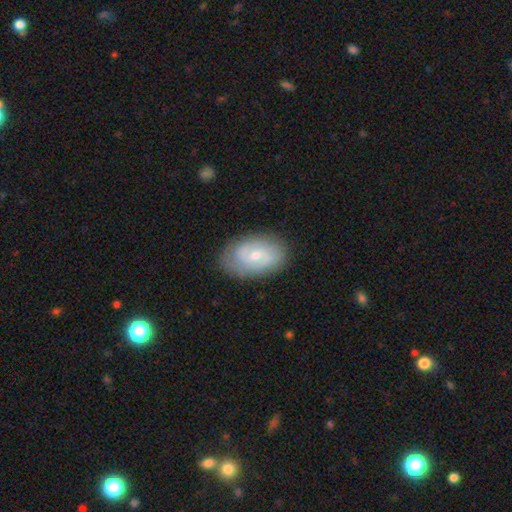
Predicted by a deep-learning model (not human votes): Smooth or featured? Predicted: featured or disk (p=0.67). Edge-on disk? Predicted: no (p=0.96). Bar? Predicted: weak (p=0.46, tied with no). Spiral arms? Predicted: yes (p=0.86). Spiral winding? Predicted: medium (p=0.44). Spiral arm count? Predicted: 2 (p=0.73). Bulge size? Predicted: small (p=0.54). Merging? Predicted: none (p=0.82).